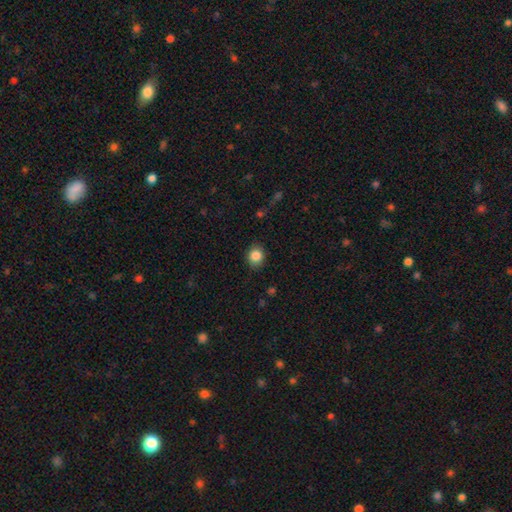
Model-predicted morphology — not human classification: type=smooth (86%); roundness=round (63%); merging=none (84%).